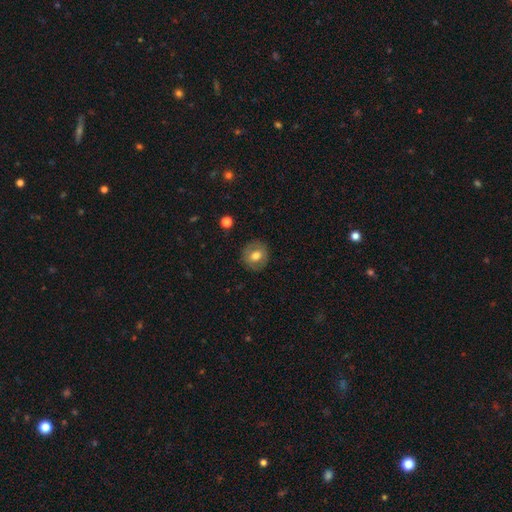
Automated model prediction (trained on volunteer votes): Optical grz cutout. It shows a smooth galaxy with no disk features (66%) that is round (82%). Merging: none (85%).